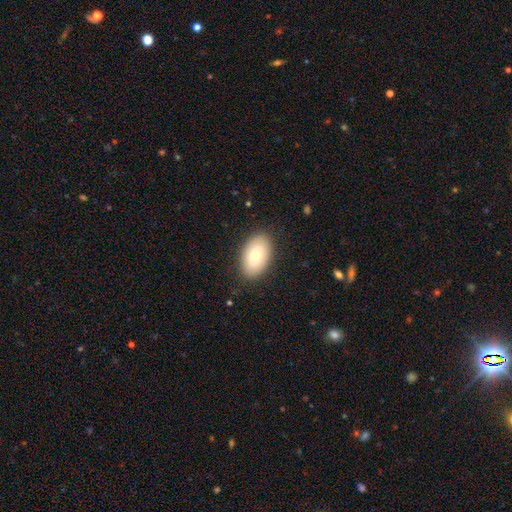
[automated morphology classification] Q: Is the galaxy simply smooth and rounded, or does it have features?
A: smooth — 71%.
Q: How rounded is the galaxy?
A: in between — 90%.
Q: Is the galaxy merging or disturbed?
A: none — 85%.